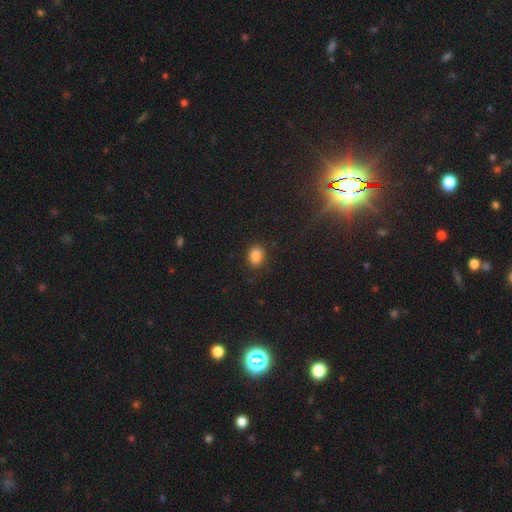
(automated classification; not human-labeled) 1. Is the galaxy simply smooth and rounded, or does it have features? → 85% smooth, 11% star or artifact, 5% featured or disk.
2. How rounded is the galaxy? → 60% in between, 39% round, 1% cigar-shaped.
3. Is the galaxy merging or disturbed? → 86% none, 10% minor disturbance, 3% major disturbance, 1% merger.